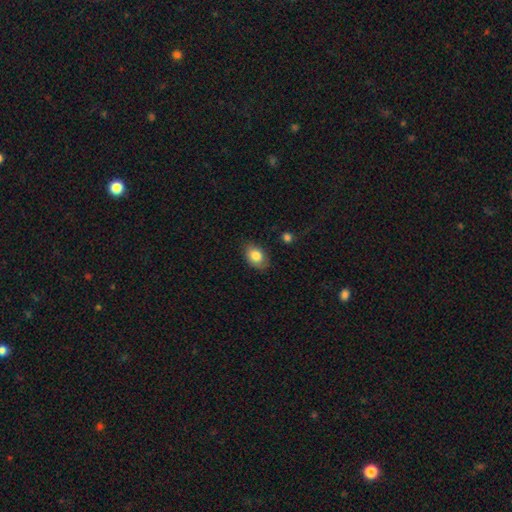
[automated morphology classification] type=smooth (82%); roundness=in between (81%); merging=none (79%).